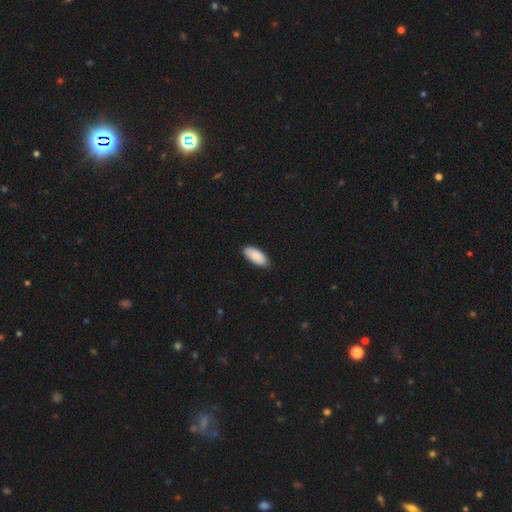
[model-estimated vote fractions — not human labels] Smooth or featured? smooth (88%)
How rounded? in between (87%)
Merging? none (87%)